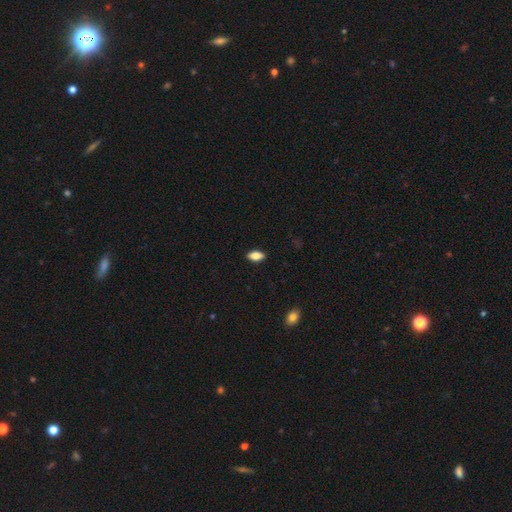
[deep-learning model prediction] smooth-or-featured: smooth: 80% | featured or disk: 12% | star or artifact: 8%
  how-rounded: in between: 88% | cigar-shaped: 8% | round: 4%
  merging: none: 89% | minor disturbance: 8% | major disturbance: 2% | merger: 1%